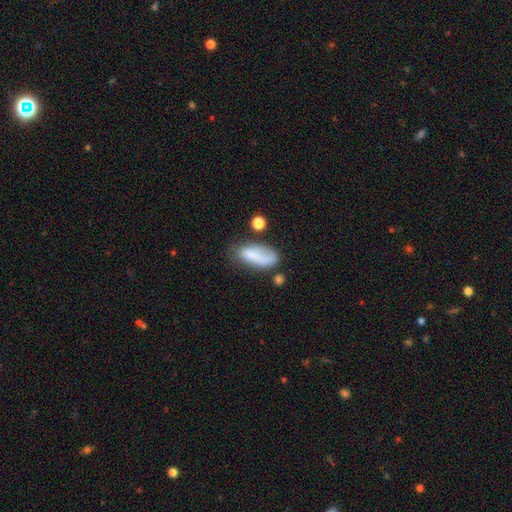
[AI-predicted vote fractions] Smooth or featured?
  - smooth: 74% *
  - featured or disk: 18%
  - star or artifact: 9%
How rounded?
  - in between: 85% *
  - cigar-shaped: 11%
  - round: 4%
Merging?
  - none: 43% *
  - minor disturbance: 27%
  - major disturbance: 19%
  - merger: 11%